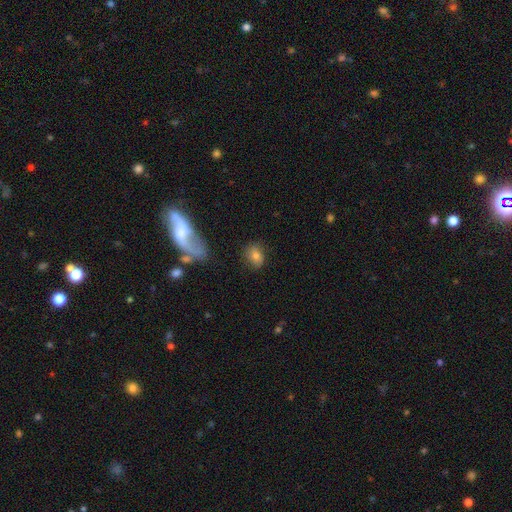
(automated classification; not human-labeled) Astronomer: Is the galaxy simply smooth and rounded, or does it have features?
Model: smooth — 75%.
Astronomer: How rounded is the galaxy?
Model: in between — 54% (runner-up: round, 44%).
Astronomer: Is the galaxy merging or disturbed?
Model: none — 75%.